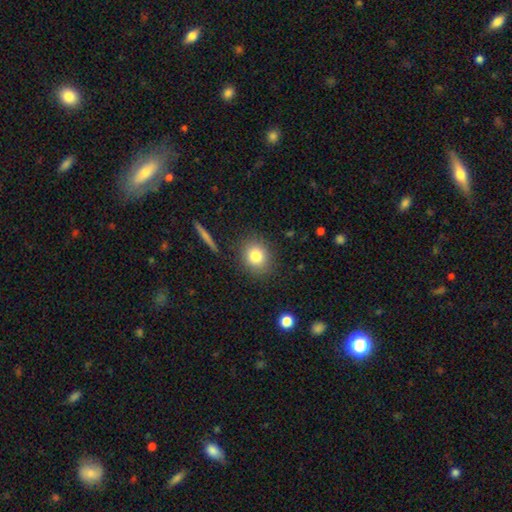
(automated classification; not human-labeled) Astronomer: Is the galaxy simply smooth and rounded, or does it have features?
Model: smooth — 80%.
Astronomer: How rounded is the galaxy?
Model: round — 74%.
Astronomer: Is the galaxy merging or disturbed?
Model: none — 85%.